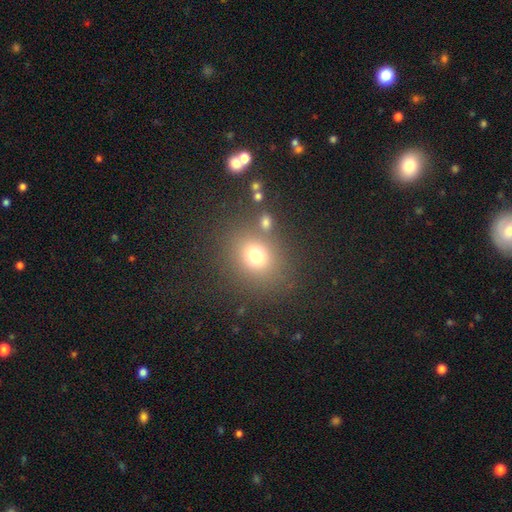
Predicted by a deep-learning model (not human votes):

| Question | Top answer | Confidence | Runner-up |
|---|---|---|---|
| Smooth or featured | smooth | 73% | star or artifact (17%) |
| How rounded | round | 69% | in between (30%) |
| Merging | none | 76% | minor disturbance (10%) |